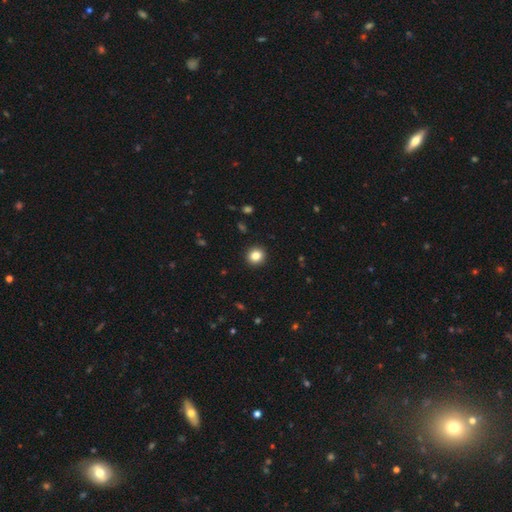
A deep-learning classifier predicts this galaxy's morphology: Q: Smooth or featured?
A: smooth (83%); runner-up: star or artifact (11%)
Q: How rounded?
A: round (91%); runner-up: in between (9%)
Q: Merging?
A: none (93%); runner-up: minor disturbance (4%)